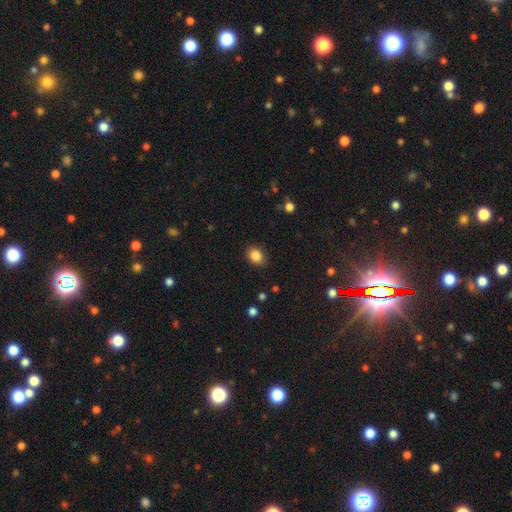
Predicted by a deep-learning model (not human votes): Smooth or featured? smooth (86%)
How rounded? in between (61%)
Merging? none (87%)